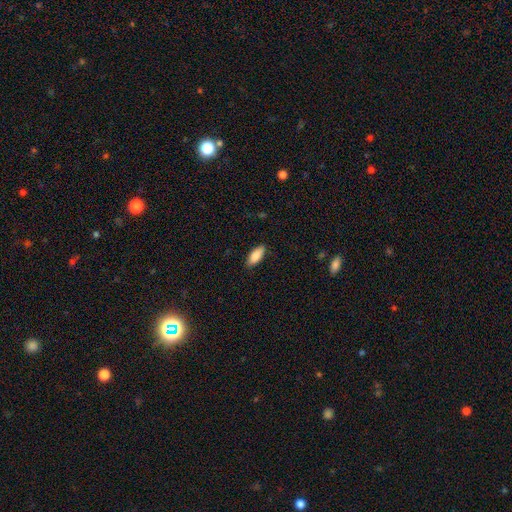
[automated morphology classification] Smooth or featured?
  - smooth: 86% *
  - featured or disk: 8%
  - star or artifact: 6%
How rounded?
  - in between: 80% *
  - cigar-shaped: 18%
  - round: 2%
Merging?
  - none: 86% *
  - minor disturbance: 11%
  - major disturbance: 2%
  - merger: 1%